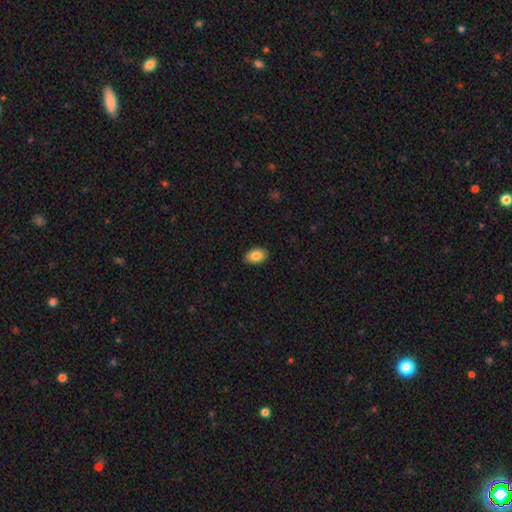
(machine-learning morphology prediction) The model was most divided on "how rounded": in between: 87%, round: 12%, cigar-shaped: 1%. More confident: merging — none (90%); smooth or featured — smooth (86%).